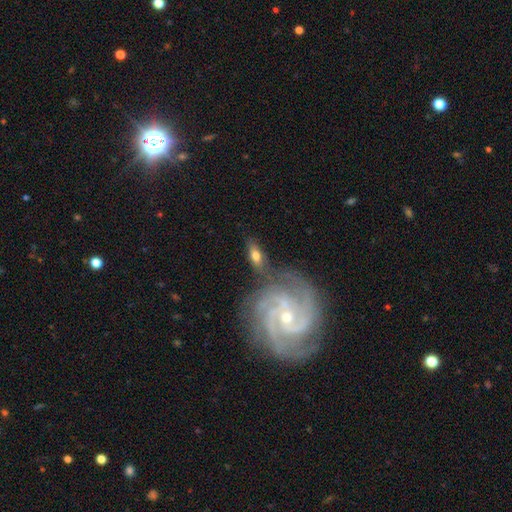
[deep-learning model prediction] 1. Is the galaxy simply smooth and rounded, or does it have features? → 51% smooth, 41% featured or disk, 8% star or artifact.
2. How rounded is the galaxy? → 77% in between, 17% cigar-shaped, 6% round.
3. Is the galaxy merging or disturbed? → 60% none, 18% minor disturbance, 14% merger, 8% major disturbance.